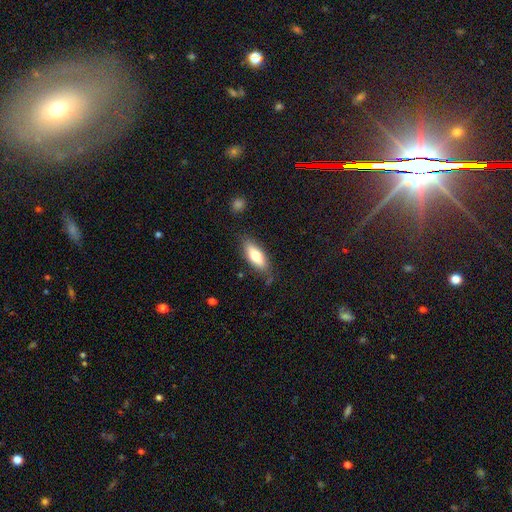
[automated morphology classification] A smooth galaxy with no disk features (71%) that is in between round and cigar-shaped (71%).

Vote fractions:
- Smooth or featured? smooth: 71% / featured or disk: 22% / star or artifact: 6%
- How rounded? in between: 71% / cigar-shaped: 26% / round: 2%
- Merging? none: 75% / minor disturbance: 18% / major disturbance: 4% / merger: 2%